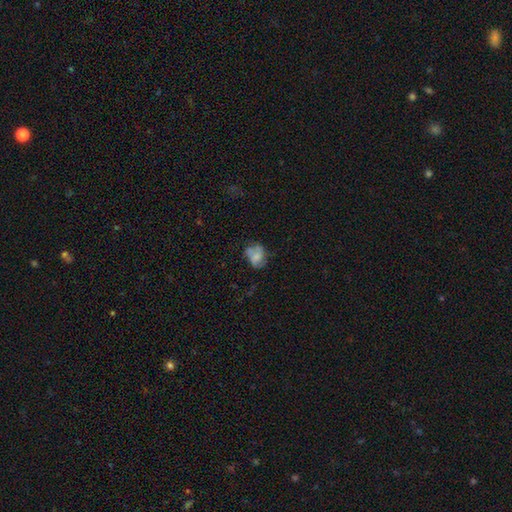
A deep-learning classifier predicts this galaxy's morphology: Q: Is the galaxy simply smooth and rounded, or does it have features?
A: smooth — 51%.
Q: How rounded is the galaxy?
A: in between — 62%.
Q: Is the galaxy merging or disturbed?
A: none — 42%.